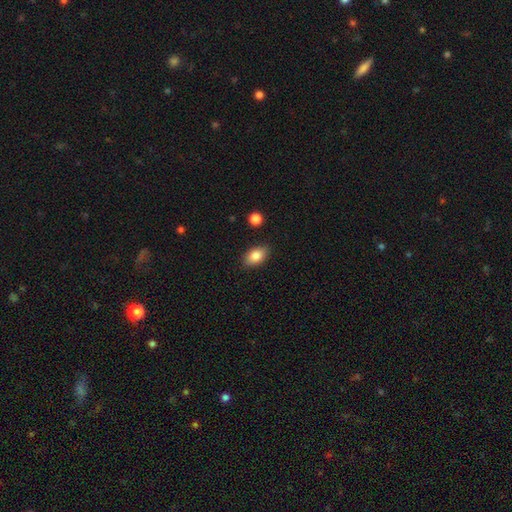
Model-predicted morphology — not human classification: A smooth galaxy with no disk features (84%) that is in between round and cigar-shaped (90%).

Vote fractions:
- Smooth or featured? smooth: 84% / featured or disk: 8% / star or artifact: 8%
- How rounded? in between: 90% / round: 7% / cigar-shaped: 3%
- Merging? none: 86% / minor disturbance: 10% / major disturbance: 2% / merger: 2%